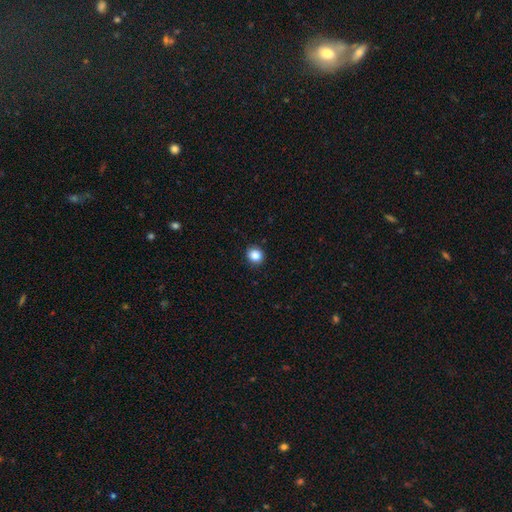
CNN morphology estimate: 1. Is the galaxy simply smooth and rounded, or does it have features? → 87% smooth, 10% star or artifact, 3% featured or disk.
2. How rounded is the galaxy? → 86% round, 13% in between, 1% cigar-shaped.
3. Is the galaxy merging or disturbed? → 91% none, 6% minor disturbance, 2% major disturbance, 1% merger.